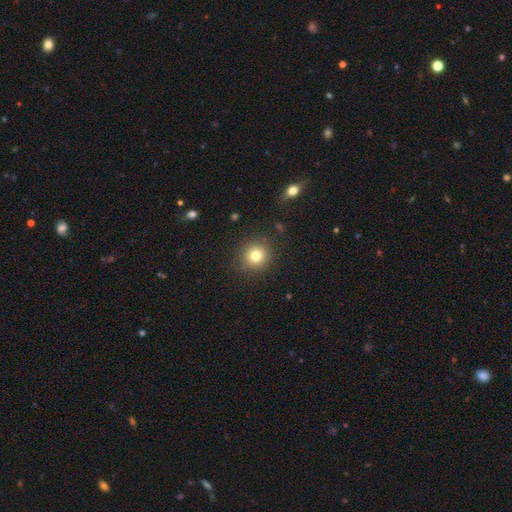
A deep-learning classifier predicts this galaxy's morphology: smooth_or_featured: smooth (p=0.79) [alt: star or artifact p=0.12]
how_rounded: round (p=0.92) [alt: in between p=0.07]
merging: none (p=0.88) [alt: minor disturbance p=0.08]